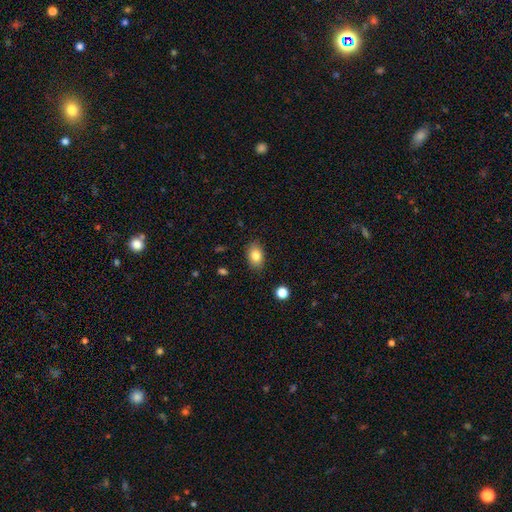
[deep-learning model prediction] smooth 83%, featured or disk 8%, star or artifact 8%. Down the decision tree: how rounded — in between (83%); merging — none (86%).